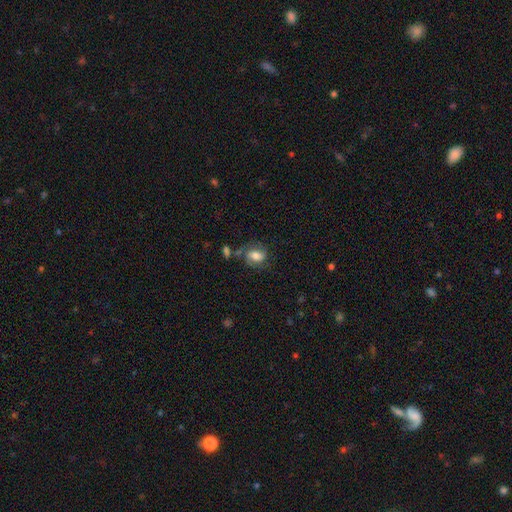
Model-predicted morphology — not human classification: A smooth galaxy with no disk features (50%) that is in between round and cigar-shaped (69%).

Vote fractions:
- Smooth or featured? smooth: 50% / featured or disk: 40% / star or artifact: 10%
- How rounded? in between: 69% / round: 29% / cigar-shaped: 2%
- Merging? none: 55% / minor disturbance: 23% / major disturbance: 14% / merger: 9%